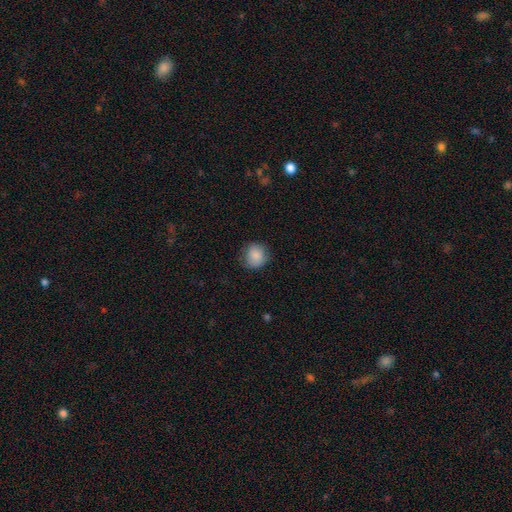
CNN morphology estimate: This appears to be a smooth galaxy with no disk features (85%) that is round (83%). Merging: none (74%).